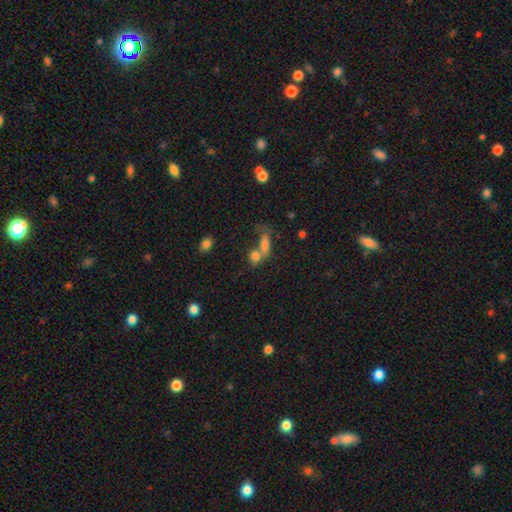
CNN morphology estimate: A smooth galaxy with no disk features (57%) that is in between round and cigar-shaped (54%).

Vote fractions:
- Smooth or featured? smooth: 57% / star or artifact: 25% / featured or disk: 18%
- How rounded? in between: 54% / round: 31% / cigar-shaped: 15%
- Merging? merger: 47% / none: 35% / minor disturbance: 9% / major disturbance: 8%